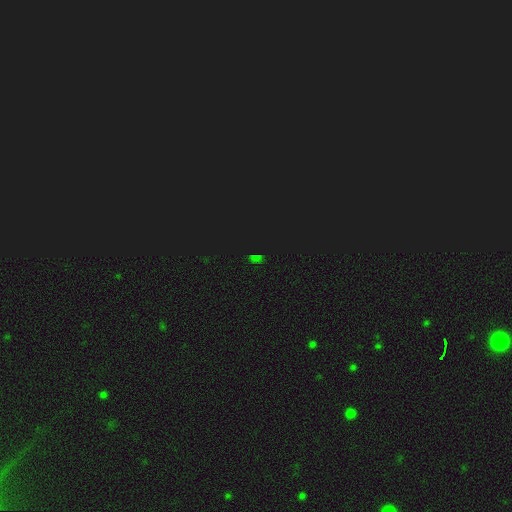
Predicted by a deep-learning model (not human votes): star or artifact 63%, smooth 30%, featured or disk 7%.